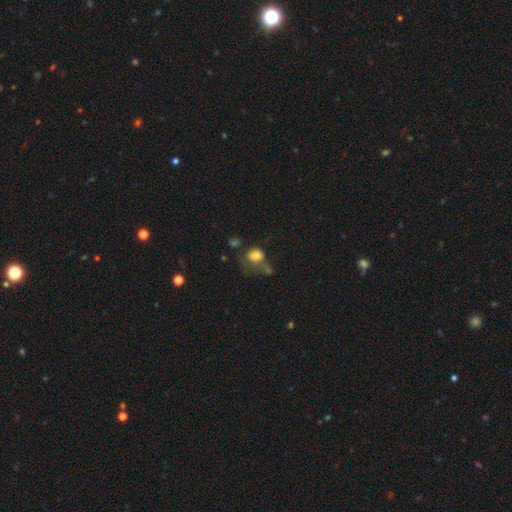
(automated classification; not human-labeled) Smooth or featured? smooth (76%)
How rounded? in between (50%)
Merging? none (32%)